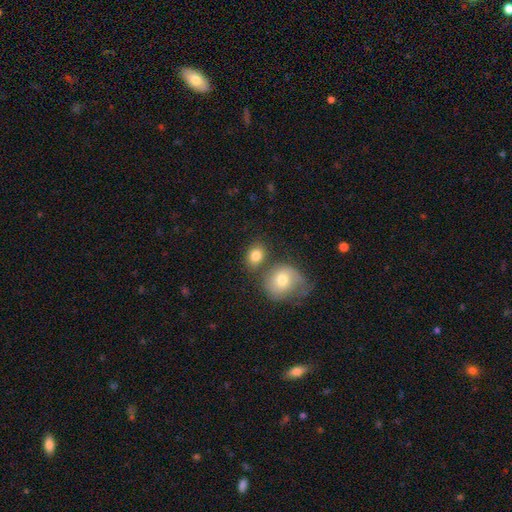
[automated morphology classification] Smooth or featured? smooth (80%)
How rounded? in between (52%)
Merging? none (54%)